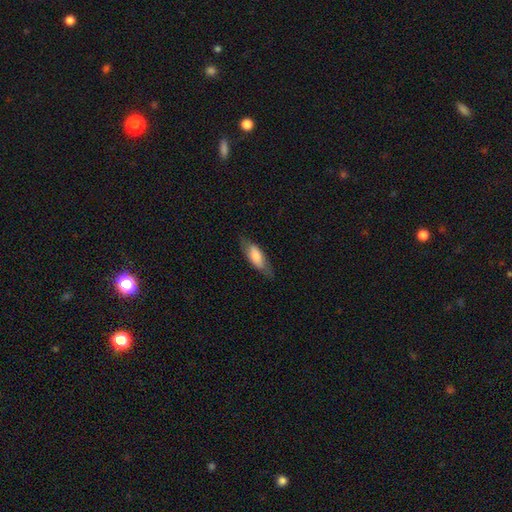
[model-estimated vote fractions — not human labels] The model was most divided on "how rounded": in between: 65%, cigar-shaped: 33%, round: 2%. More confident: merging — none (75%); smooth or featured — smooth (72%).